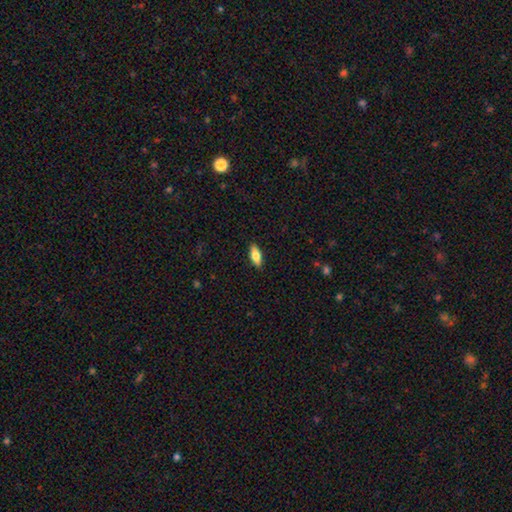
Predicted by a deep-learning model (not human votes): smooth_or_featured: smooth (p=0.74) [alt: featured or disk p=0.19]
how_rounded: in between (p=0.74) [alt: cigar-shaped p=0.24]
merging: none (p=0.89) [alt: minor disturbance p=0.08]